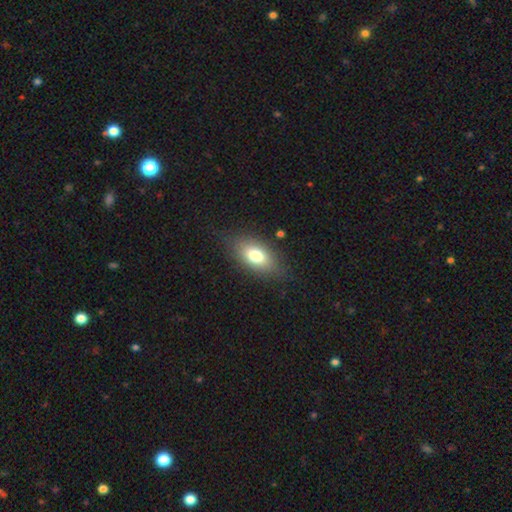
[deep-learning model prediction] The model was most divided on "smooth or featured": smooth: 74%, featured or disk: 17%, star or artifact: 9%. More confident: how rounded — in between (85%); merging — none (78%).